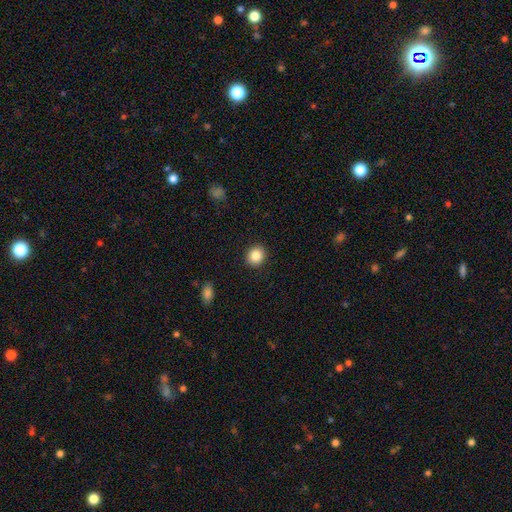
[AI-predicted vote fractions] The model was most divided on "how rounded": round: 74%, in between: 25%, cigar-shaped: 1%. More confident: merging — none (91%); smooth or featured — smooth (86%).